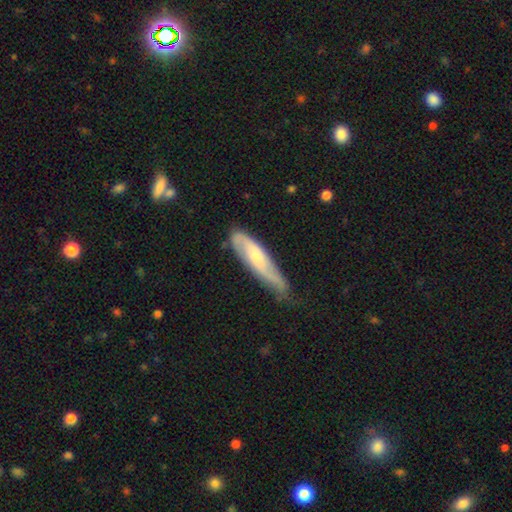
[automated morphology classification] This is possibly a featured or disk galaxy (51%). It is likely not viewed edge-on (62%). Merging: possibly none (51%).